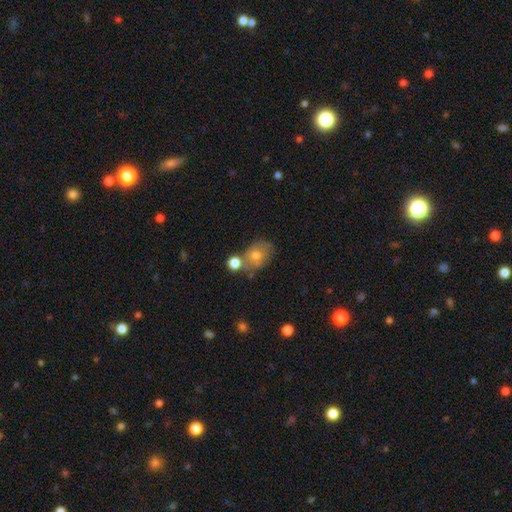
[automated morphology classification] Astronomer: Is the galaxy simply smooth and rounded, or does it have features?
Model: smooth — 65%.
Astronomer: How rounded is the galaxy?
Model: in between — 61% (runner-up: round, 38%).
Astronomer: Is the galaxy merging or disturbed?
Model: none — 54%.